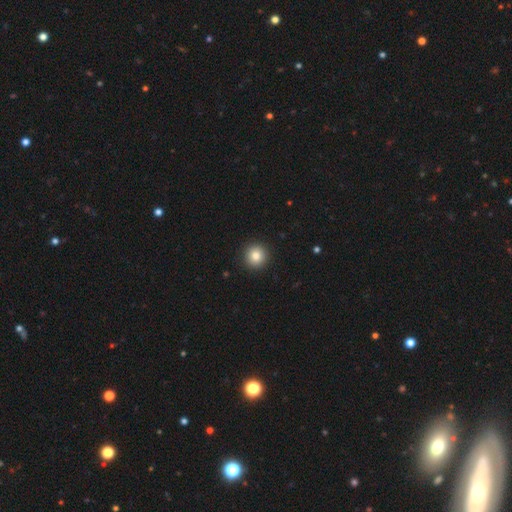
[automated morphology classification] Smooth or featured? smooth (84%)
How rounded? round (95%)
Merging? none (93%)